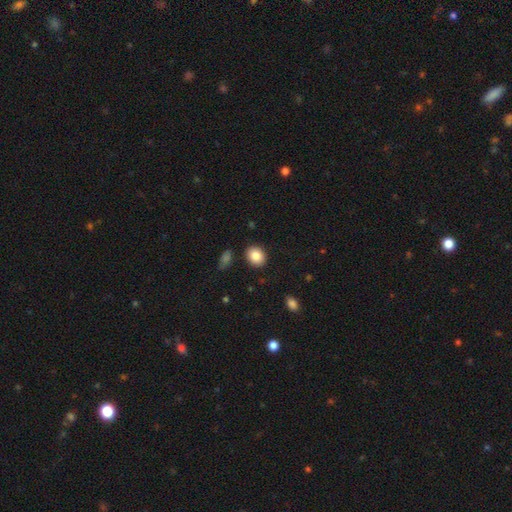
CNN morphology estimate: smooth 86%, star or artifact 8%, featured or disk 6%. Down the decision tree: how rounded — in between (50%); merging — none (88%).